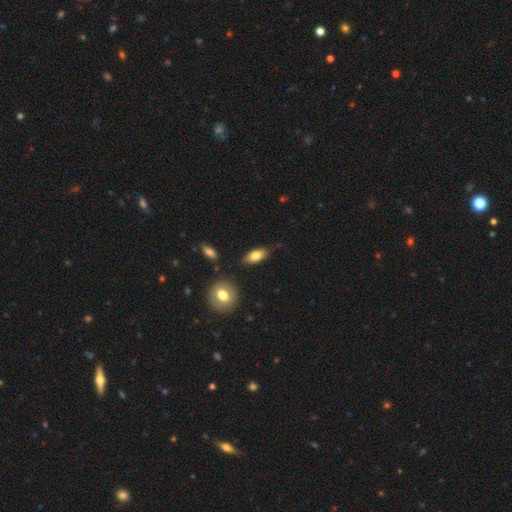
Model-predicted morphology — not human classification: type=smooth (76%); roundness=in between (85%); merging=none (75%).